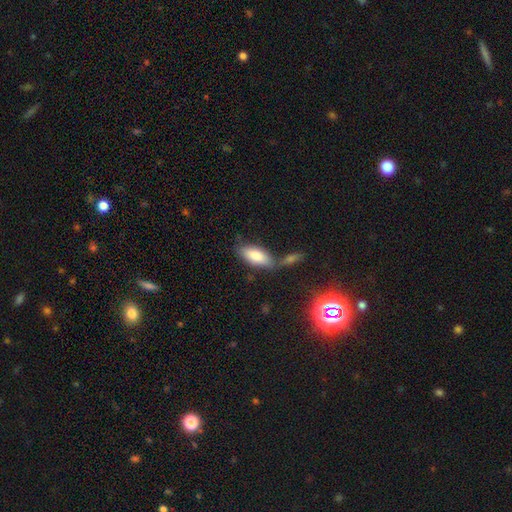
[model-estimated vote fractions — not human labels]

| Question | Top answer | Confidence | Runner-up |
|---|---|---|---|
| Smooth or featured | smooth | 82% | featured or disk (12%) |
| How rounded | in between | 85% | cigar-shaped (13%) |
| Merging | none | 56% | merger (22%) |